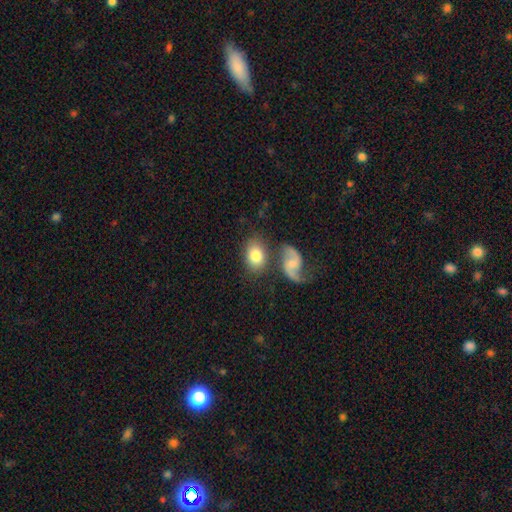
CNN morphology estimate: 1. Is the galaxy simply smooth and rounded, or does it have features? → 72% smooth, 21% featured or disk, 7% star or artifact.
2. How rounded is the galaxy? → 76% in between, 23% round, 2% cigar-shaped.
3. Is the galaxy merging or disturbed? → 63% none, 18% merger, 14% minor disturbance, 5% major disturbance.